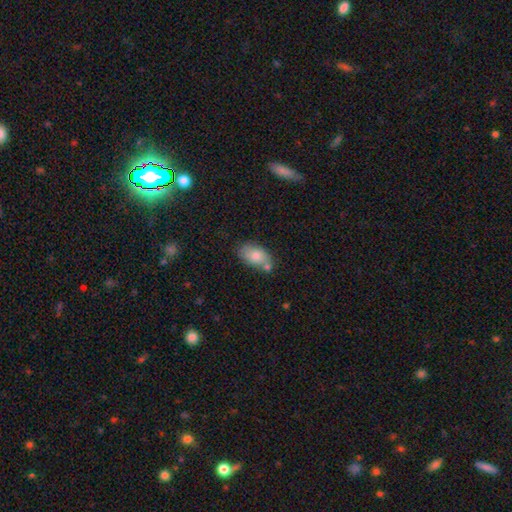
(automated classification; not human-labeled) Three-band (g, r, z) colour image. It shows a smooth galaxy with no disk features (79%) that is in between round and cigar-shaped (90%). Merging: none (59%).